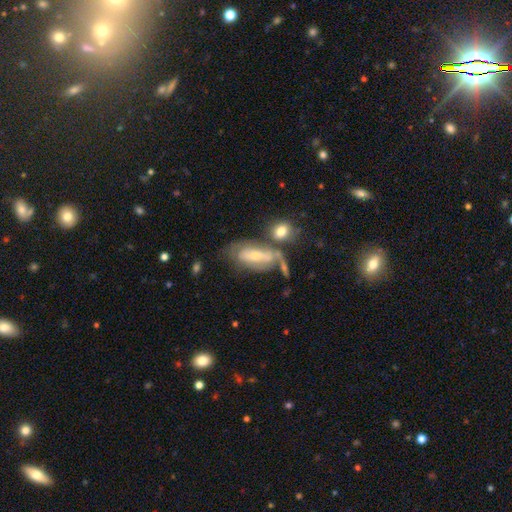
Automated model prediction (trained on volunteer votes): This appears to be a featured or disk galaxy (65%) with no bar (44%), spiral arms (72%) and a small central bulge (49%). Merging: none (40%).